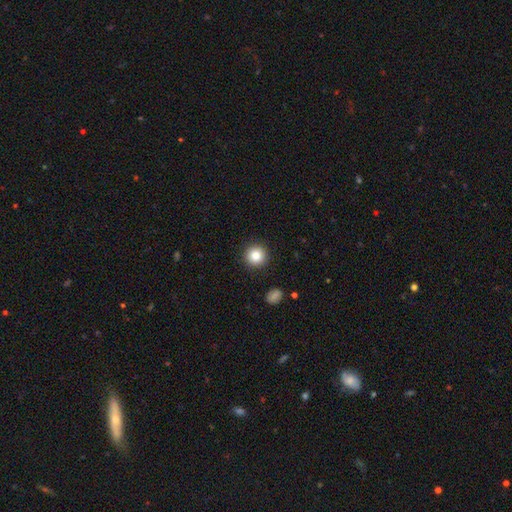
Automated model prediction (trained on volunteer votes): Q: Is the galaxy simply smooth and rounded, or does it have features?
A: smooth — 86%.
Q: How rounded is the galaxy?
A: round — 94%.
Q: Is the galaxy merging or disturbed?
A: none — 91%.